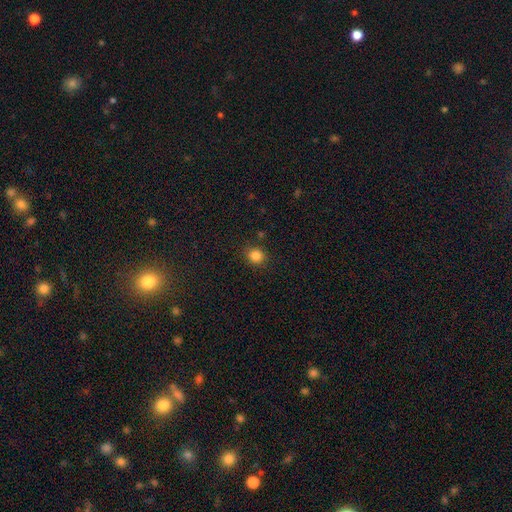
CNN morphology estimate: Smooth or featured?
  - smooth: 84% *
  - star or artifact: 12%
  - featured or disk: 4%
How rounded?
  - round: 80% *
  - in between: 19%
  - cigar-shaped: 1%
Merging?
  - none: 87% *
  - minor disturbance: 8%
  - major disturbance: 3%
  - merger: 2%